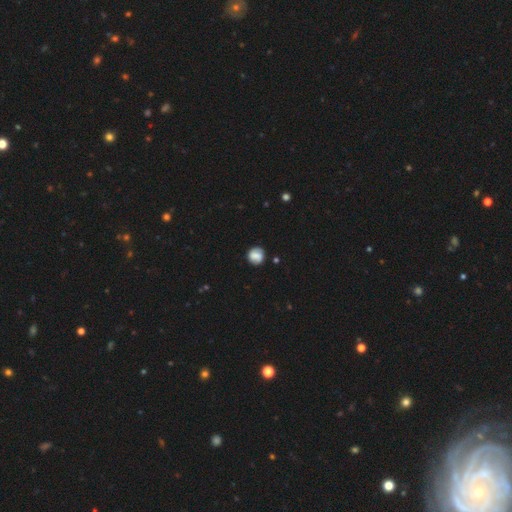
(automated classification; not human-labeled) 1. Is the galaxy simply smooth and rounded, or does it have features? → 63% smooth, 28% featured or disk, 9% star or artifact.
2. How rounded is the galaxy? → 87% round, 12% in between, 1% cigar-shaped.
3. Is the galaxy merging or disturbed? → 76% none, 17% minor disturbance, 5% major disturbance, 3% merger.